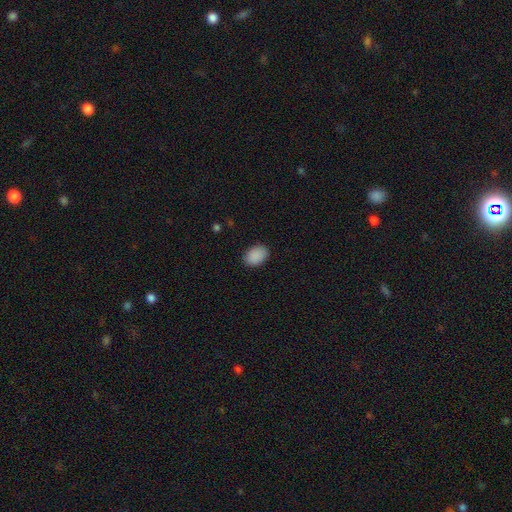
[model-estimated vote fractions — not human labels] A smooth galaxy with no disk features (90%) that is in between round and cigar-shaped (82%).

Vote fractions:
- Smooth or featured? smooth: 90% / star or artifact: 8% / featured or disk: 3%
- How rounded? in between: 82% / round: 17% / cigar-shaped: 1%
- Merging? none: 88% / minor disturbance: 9% / major disturbance: 2% / merger: 1%